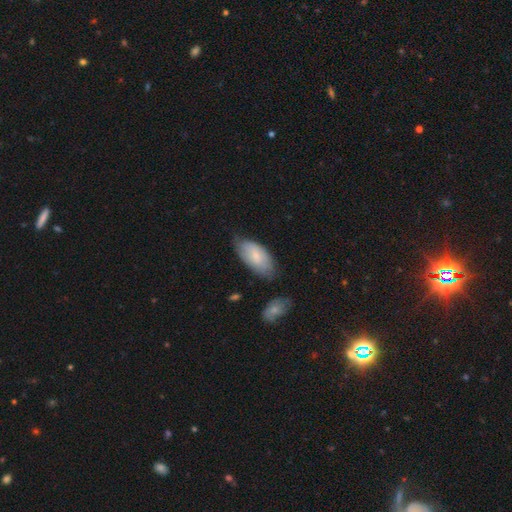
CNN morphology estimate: smooth-or-featured: smooth: 70% | featured or disk: 24% | star or artifact: 6%
  how-rounded: in between: 93% | cigar-shaped: 5% | round: 2%
  merging: none: 62% | minor disturbance: 29% | major disturbance: 6% | merger: 4%